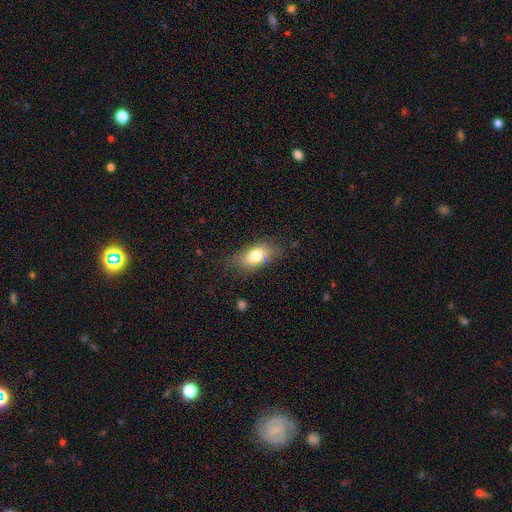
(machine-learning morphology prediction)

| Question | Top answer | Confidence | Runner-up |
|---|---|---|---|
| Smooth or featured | smooth | 77% | featured or disk (15%) |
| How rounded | in between | 86% | round (7%) |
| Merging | none | 72% | minor disturbance (20%) |